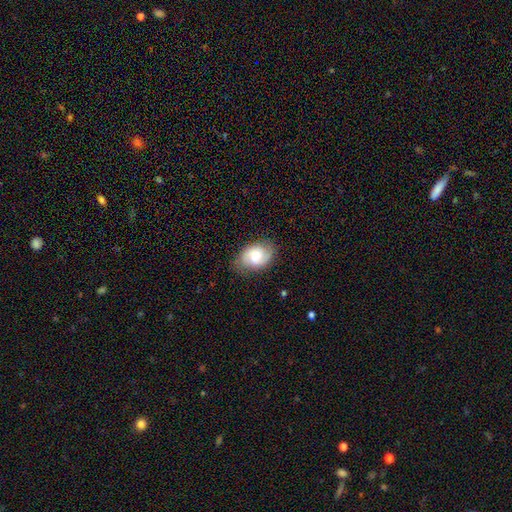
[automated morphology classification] smooth-or-featured: smooth: 52% | featured or disk: 40% | star or artifact: 7%
  how-rounded: in between: 75% | round: 24% | cigar-shaped: 1%
  merging: none: 77% | minor disturbance: 17% | major disturbance: 4% | merger: 1%